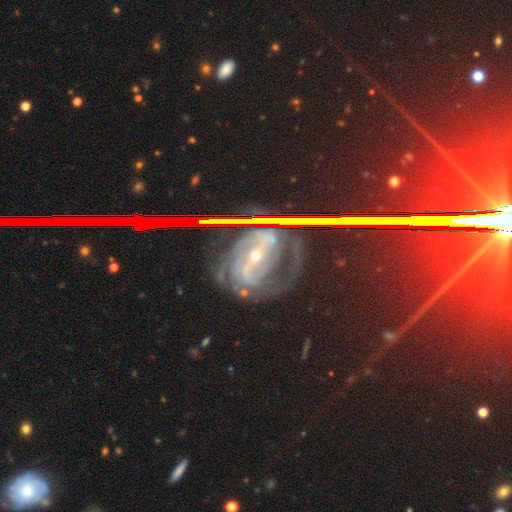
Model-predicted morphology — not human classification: The model was most divided on "spiral winding": tight: 46%, medium: 40%, loose: 13%. Remaining: spiral arms — yes (96%); edge-on disk — no (95%); smooth or featured — featured or disk (84%); bulge size — small (73%); bar — strong (60%); merging — none (59%); spiral arm count — 2 (45%).